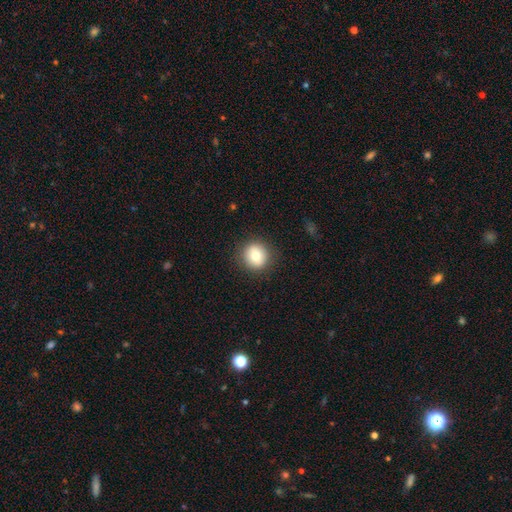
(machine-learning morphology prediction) This appears to be a smooth galaxy with no disk features (77%) that is round (93%). Merging: none (90%).